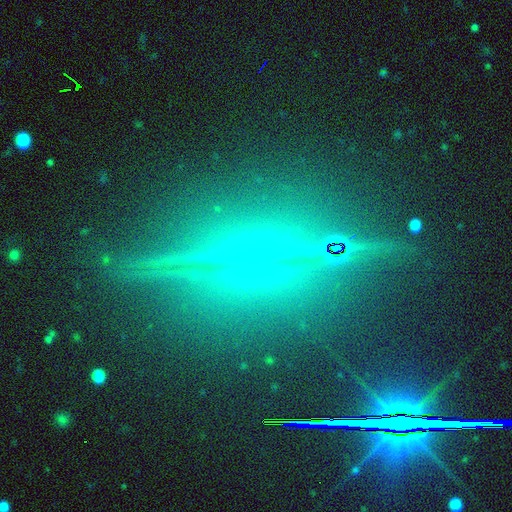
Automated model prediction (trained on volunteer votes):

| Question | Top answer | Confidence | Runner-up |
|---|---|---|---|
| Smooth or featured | star or artifact | 46% | featured or disk (45%) |